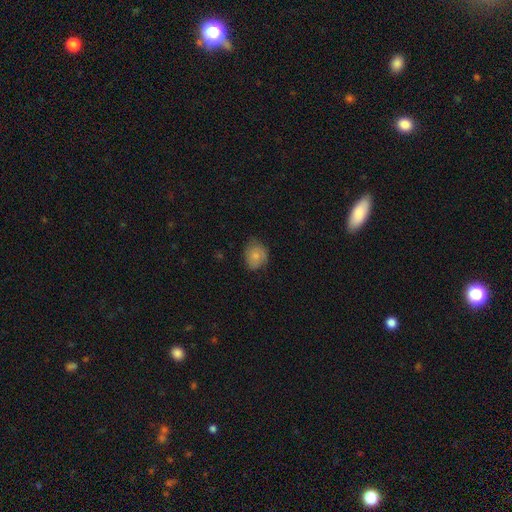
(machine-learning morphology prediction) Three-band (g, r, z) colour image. It shows a smooth galaxy with no disk features (77%) that is round (58%). Merging: none (65%).